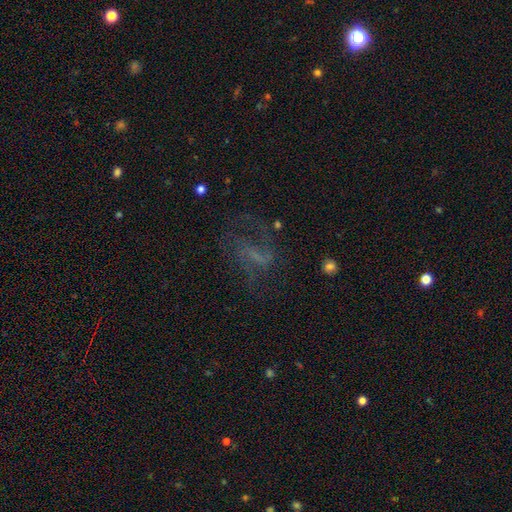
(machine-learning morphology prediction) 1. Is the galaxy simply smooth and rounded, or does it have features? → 56% featured or disk, 22% smooth, 22% star or artifact.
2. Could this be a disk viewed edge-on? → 95% no, 5% yes.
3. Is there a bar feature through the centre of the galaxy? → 38% weak, 37% no, 25% strong.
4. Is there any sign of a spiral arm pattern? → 66% yes, 34% no.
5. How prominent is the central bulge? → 61% none, 23% small, 11% moderate, 3% large, 1% dominant.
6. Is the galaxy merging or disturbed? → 49% none, 31% major disturbance, 17% minor disturbance, 3% merger.